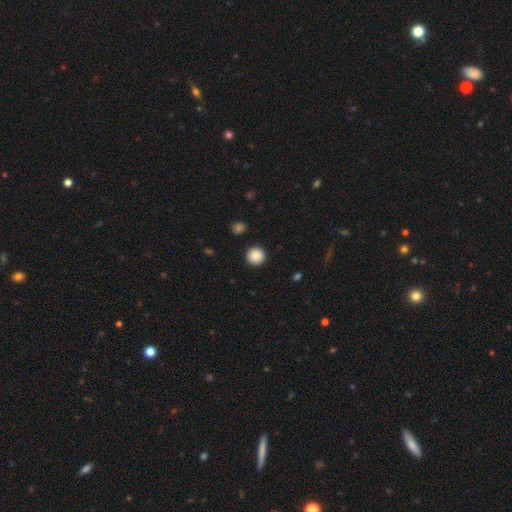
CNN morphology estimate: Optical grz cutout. It shows a smooth galaxy with no disk features (88%) that is round (96%). Merging: none (93%).